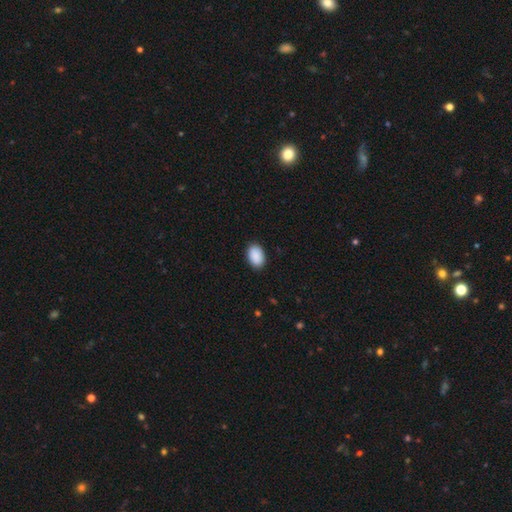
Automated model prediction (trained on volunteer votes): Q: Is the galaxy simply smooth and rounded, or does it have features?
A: smooth — 91%.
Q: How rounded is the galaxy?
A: in between — 90%.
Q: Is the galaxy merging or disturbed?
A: none — 88%.